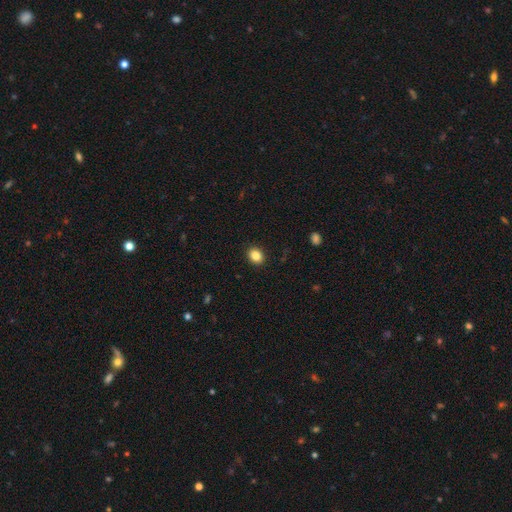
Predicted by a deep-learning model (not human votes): A smooth galaxy with no disk features (86%) that is in between round and cigar-shaped (51%).

Vote fractions:
- Smooth or featured? smooth: 86% / star or artifact: 10% / featured or disk: 5%
- How rounded? in between: 51% / round: 48% / cigar-shaped: 1%
- Merging? none: 91% / minor disturbance: 6% / major disturbance: 2% / merger: 1%